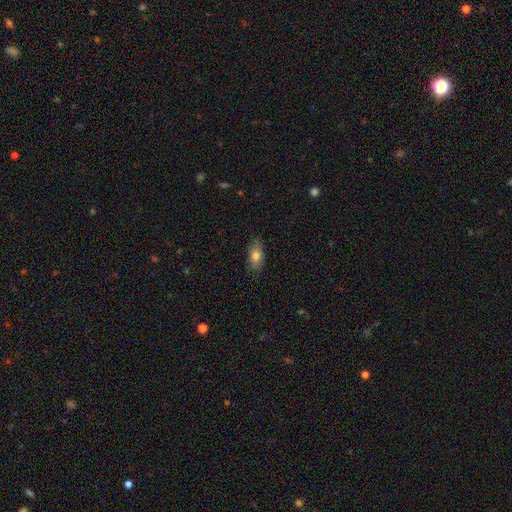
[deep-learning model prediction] Morphology: type=smooth (78%); roundness=in between (87%); merging=none (82%).